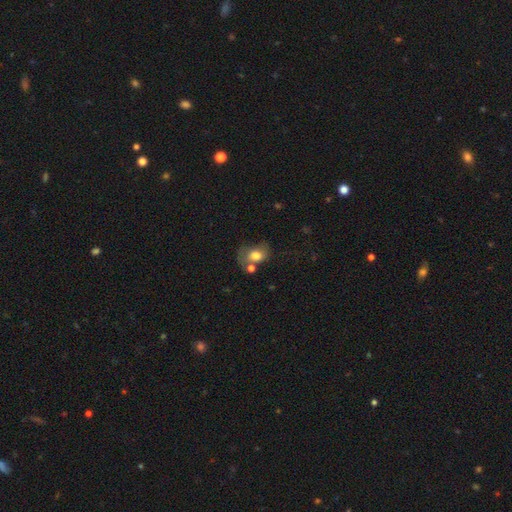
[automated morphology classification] Q: Smooth or featured?
A: smooth (70%); runner-up: featured or disk (21%)
Q: How rounded?
A: in between (64%); runner-up: round (35%)
Q: Merging?
A: none (33%); runner-up: minor disturbance (25%)